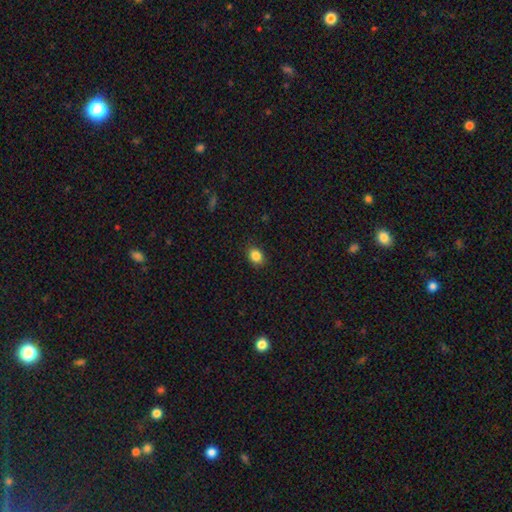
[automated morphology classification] This is clearly a smooth galaxy (85%). How rounded: possibly in between (55%). Merging: clearly none (88%).